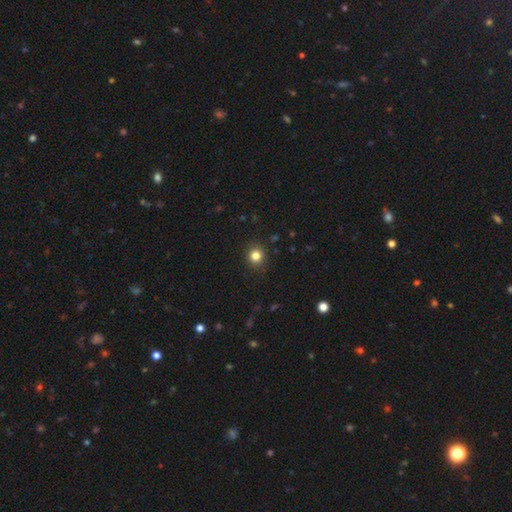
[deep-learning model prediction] A smooth galaxy with no disk features (82%) that is round (89%). Merging: none (90%).